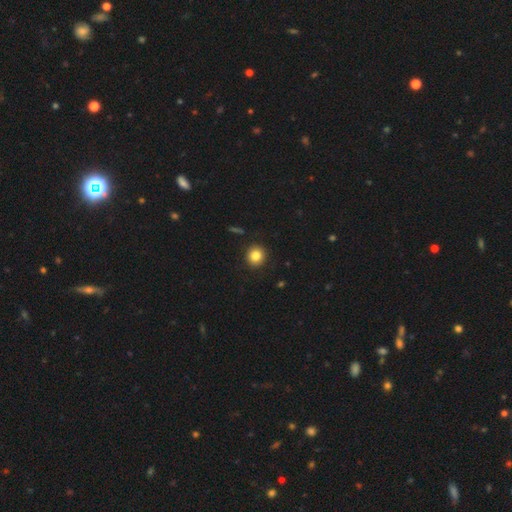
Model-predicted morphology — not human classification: This appears to be a smooth galaxy with no disk features (84%) that is round (90%). Merging: none (92%).